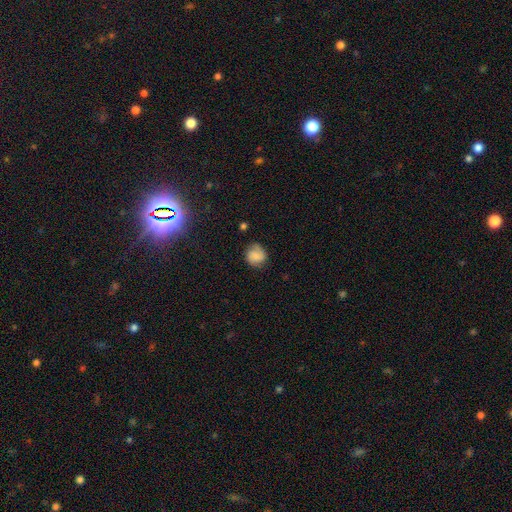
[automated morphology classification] This is possibly a smooth galaxy (57%). How rounded: likely round (79%). Merging: likely none (74%).